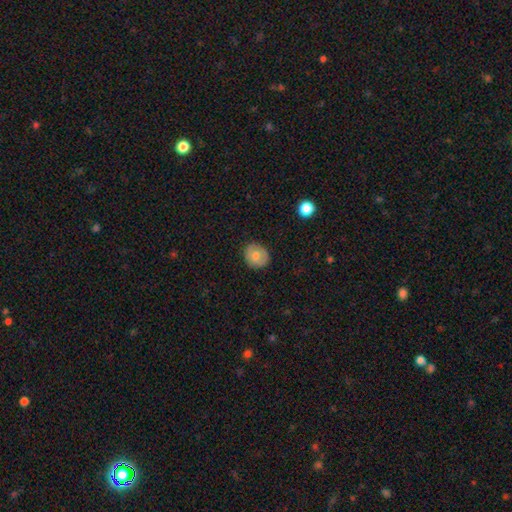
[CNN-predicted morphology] This is likely a smooth galaxy (71%). How rounded: likely round (77%). Merging: clearly none (86%).